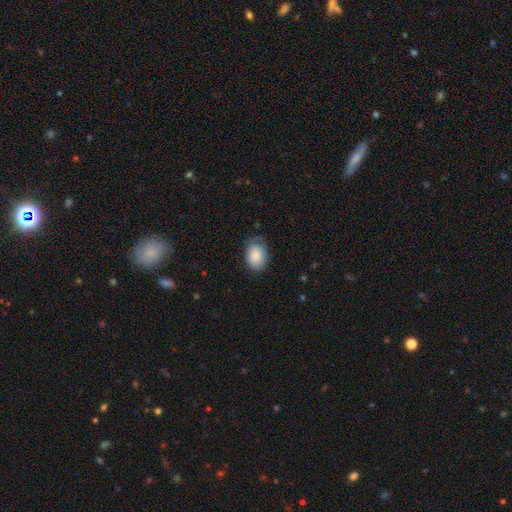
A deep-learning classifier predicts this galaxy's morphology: A smooth galaxy with no disk features (84%) that is in between round and cigar-shaped (78%). Merging: none (66%).